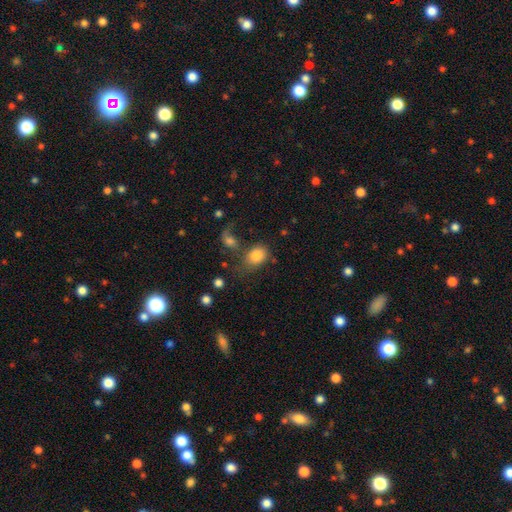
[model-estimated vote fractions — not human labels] This appears to be a smooth galaxy with no disk features (82%) that is in between round and cigar-shaped (66%). Merging: none (47%).